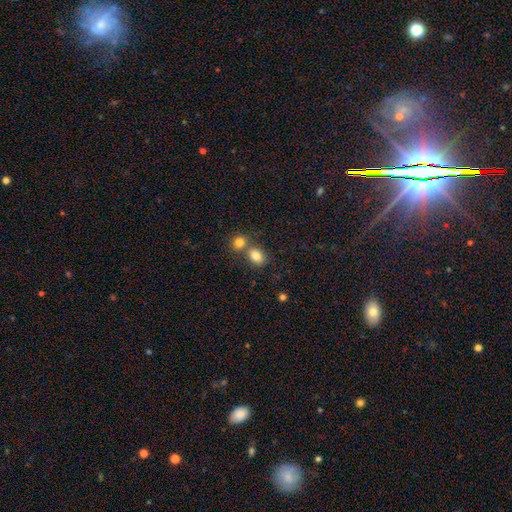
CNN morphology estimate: The model was most divided on "merging": none: 50%, merger: 39%, minor disturbance: 9%, major disturbance: 3%. More confident: smooth or featured — smooth (82%); how rounded — in between (60%).